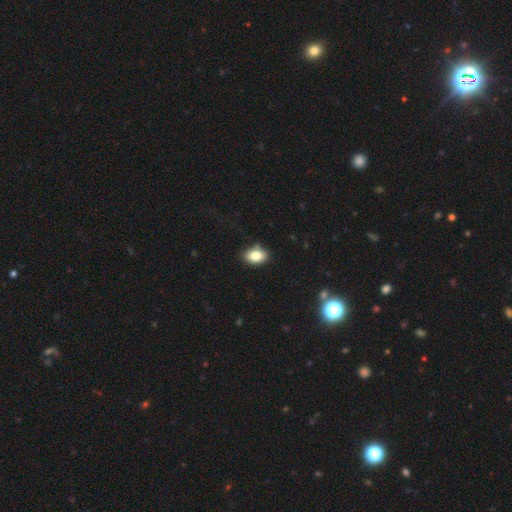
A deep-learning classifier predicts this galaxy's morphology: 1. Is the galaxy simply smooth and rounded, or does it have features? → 83% smooth, 9% star or artifact, 9% featured or disk.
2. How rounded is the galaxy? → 84% in between, 14% round, 1% cigar-shaped.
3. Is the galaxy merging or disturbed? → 81% none, 13% minor disturbance, 4% merger, 3% major disturbance.